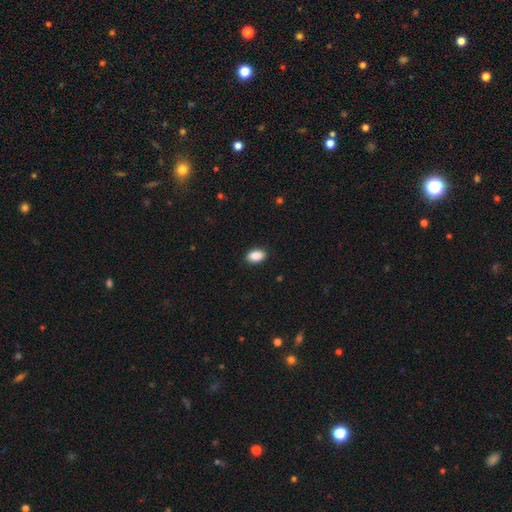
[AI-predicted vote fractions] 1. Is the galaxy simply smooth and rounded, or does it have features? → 89% smooth, 7% star or artifact, 4% featured or disk.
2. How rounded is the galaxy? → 91% in between, 7% round, 2% cigar-shaped.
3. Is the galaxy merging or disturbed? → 90% none, 8% minor disturbance, 2% major disturbance, 1% merger.